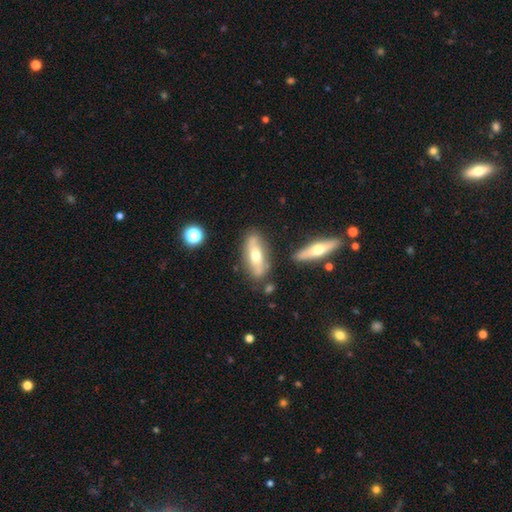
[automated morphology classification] Q: Smooth or featured?
A: smooth (49%); runner-up: featured or disk (45%)
Q: Merging?
A: none (74%); runner-up: minor disturbance (15%)